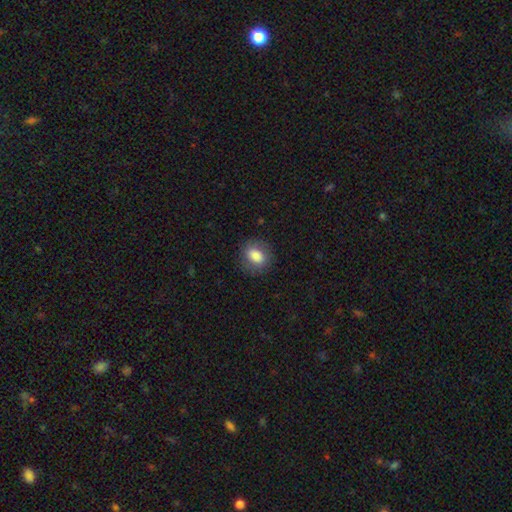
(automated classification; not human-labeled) This is clearly a smooth galaxy (82%). How rounded: possibly in between (51%). Merging: clearly none (82%).